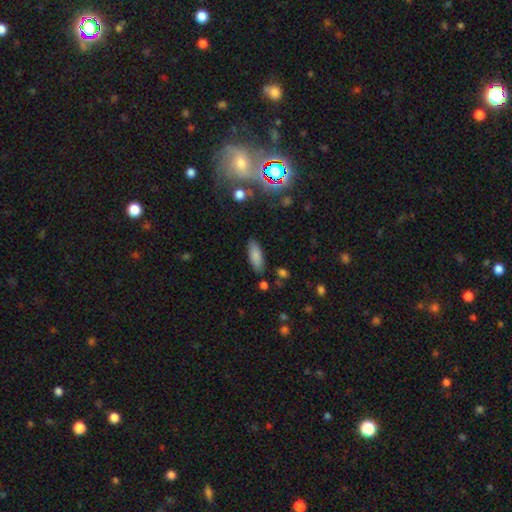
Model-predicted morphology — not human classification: Overall: smooth (84%). How rounded: in between (69%). Merging: none (85%).